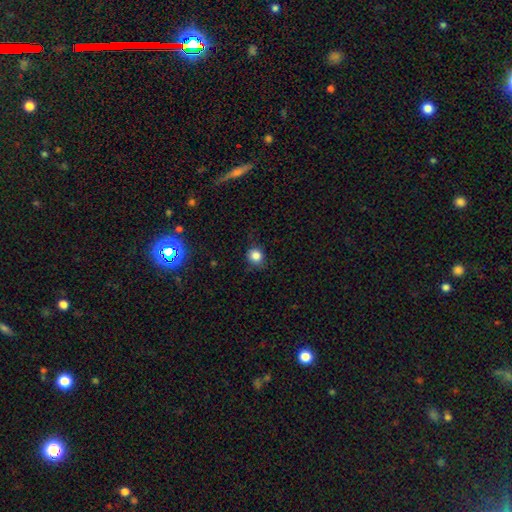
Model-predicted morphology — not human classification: The model was most divided on "how rounded": round: 81%, in between: 18%, cigar-shaped: 1%. More confident: smooth or featured — smooth (83%); merging — none (80%).